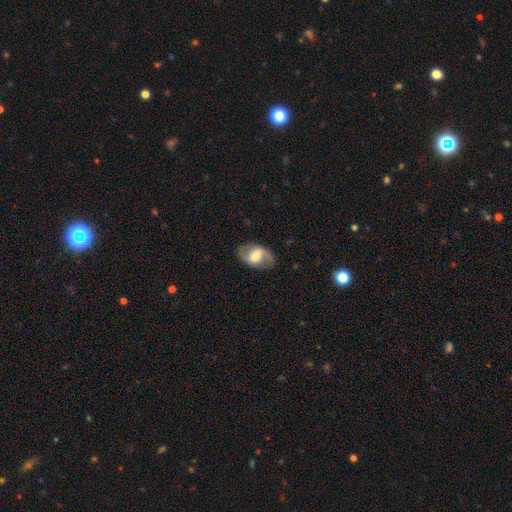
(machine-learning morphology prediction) A featured or disk galaxy (65%) with a weak bar (46%), 2 (86%) loose (49%) spiral arms (82%) and a moderate central bulge (49%). Merging: none (78%).